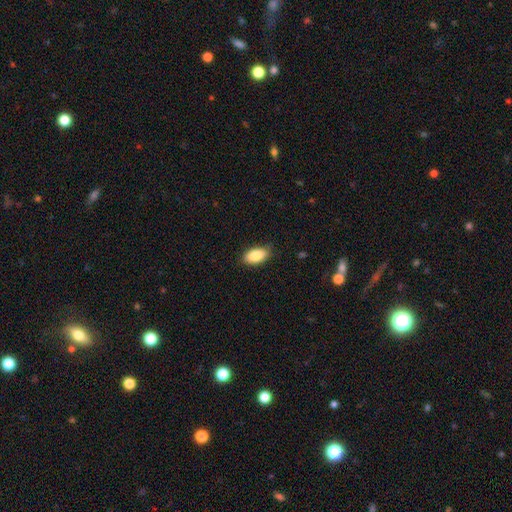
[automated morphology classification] Q: Smooth or featured?
A: smooth (87%); runner-up: star or artifact (7%)
Q: How rounded?
A: in between (93%); runner-up: round (4%)
Q: Merging?
A: none (83%); runner-up: minor disturbance (14%)